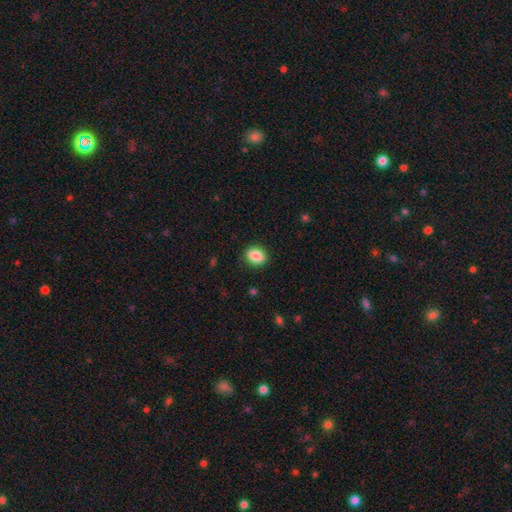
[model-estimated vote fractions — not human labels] Overall: smooth (87%). How rounded: in between (63%; round 36%). Merging: none (89%).